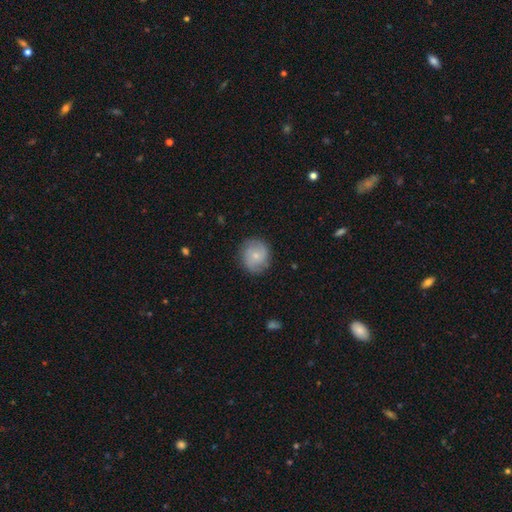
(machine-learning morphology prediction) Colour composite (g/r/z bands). It shows a smooth galaxy with no disk features (55%) that is round (85%). Merging: none (83%).